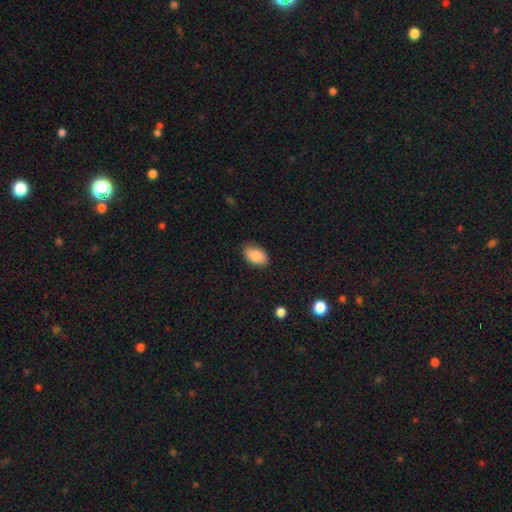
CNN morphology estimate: type=smooth (87%); roundness=in between (93%); merging=none (80%).